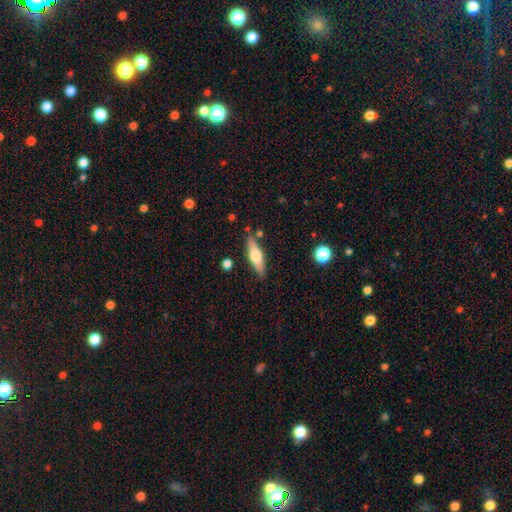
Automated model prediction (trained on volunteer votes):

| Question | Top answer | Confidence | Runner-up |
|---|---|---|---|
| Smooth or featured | smooth | 49% | featured or disk (45%) |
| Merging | none | 82% | minor disturbance (12%) |